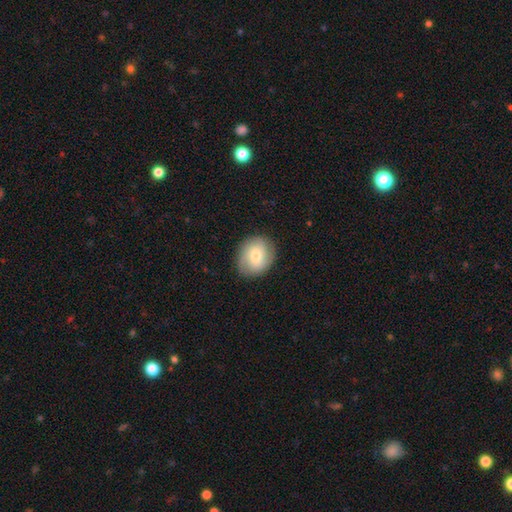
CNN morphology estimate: Smooth or featured?
  - smooth: 55% *
  - featured or disk: 37%
  - star or artifact: 7%
How rounded?
  - round: 61% *
  - in between: 38%
  - cigar-shaped: 1%
Merging?
  - none: 84% *
  - minor disturbance: 12%
  - major disturbance: 3%
  - merger: 1%